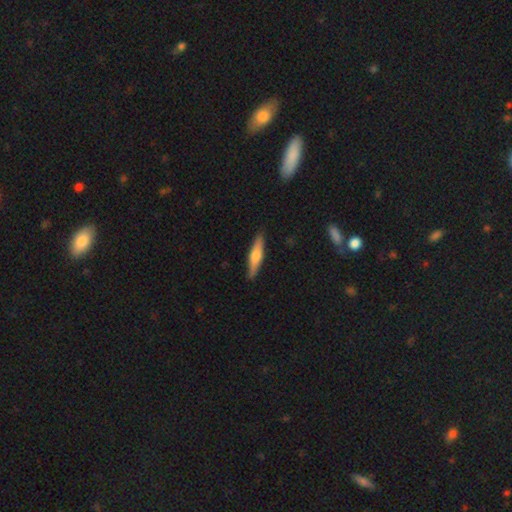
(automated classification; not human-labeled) Overall: smooth (48%; featured or disk 47%). Merging: none (90%).